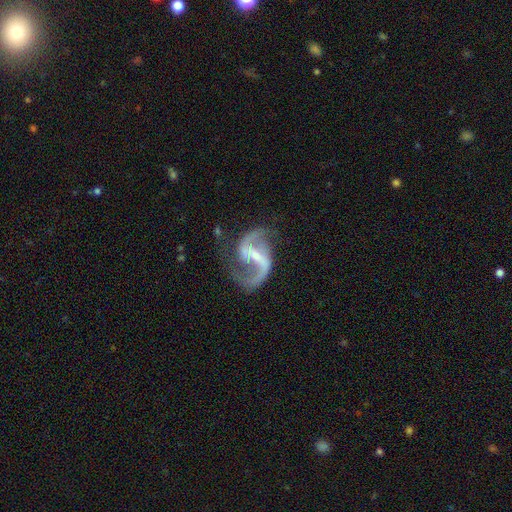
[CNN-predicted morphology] Smooth or featured? featured or disk (91%)
Edge-on disk? no (98%)
Bar? strong (49%)
Spiral arms? yes (97%)
Spiral winding? loose (47%)
Spiral arm count? 2 (90%)
Bulge size? small (68%)
Merging? none (67%)